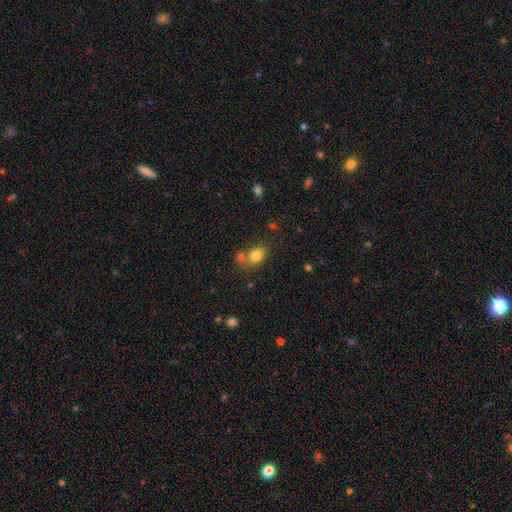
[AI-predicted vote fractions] Overall: smooth (79%). How rounded: in between (73%). Merging: none (54%; merger 27%).